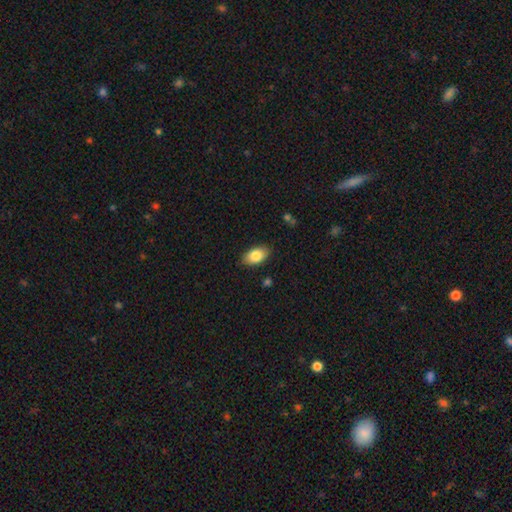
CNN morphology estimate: Smooth or featured? smooth (84%)
How rounded? in between (92%)
Merging? none (85%)